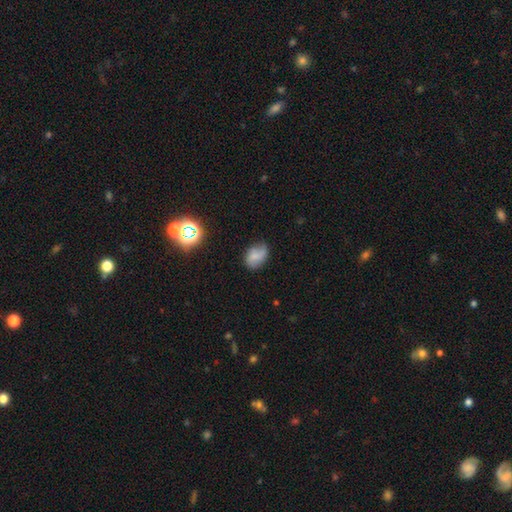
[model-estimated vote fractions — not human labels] A smooth galaxy with no disk features (53%) that is in between round and cigar-shaped (74%).

Vote fractions:
- Smooth or featured? smooth: 53% / featured or disk: 35% / star or artifact: 12%
- How rounded? in between: 74% / round: 25% / cigar-shaped: 1%
- Merging? none: 60% / minor disturbance: 28% / major disturbance: 9% / merger: 3%